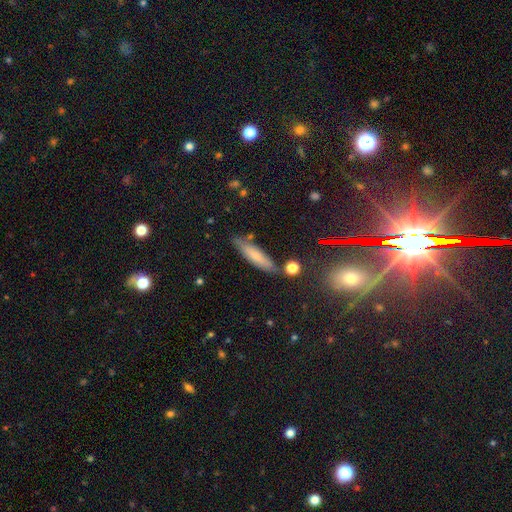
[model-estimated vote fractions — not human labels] Smooth or featured?
  - smooth: 66% *
  - featured or disk: 25%
  - star or artifact: 9%
How rounded?
  - cigar-shaped: 73% *
  - in between: 25%
  - round: 2%
Merging?
  - none: 78% *
  - minor disturbance: 14%
  - merger: 5%
  - major disturbance: 3%